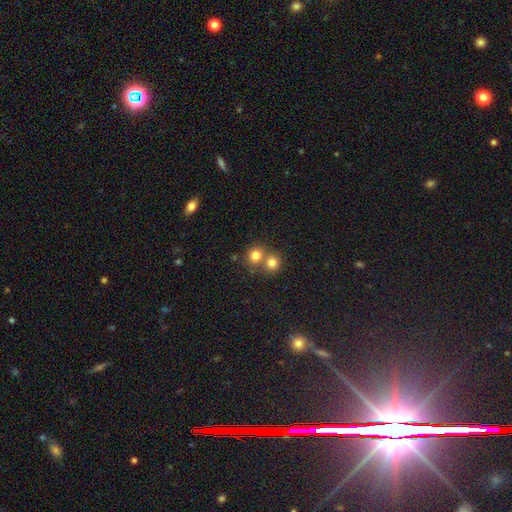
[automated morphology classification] smooth 78%, star or artifact 13%, featured or disk 9%. Down the decision tree: how rounded — round (85%); merging — none (47%).